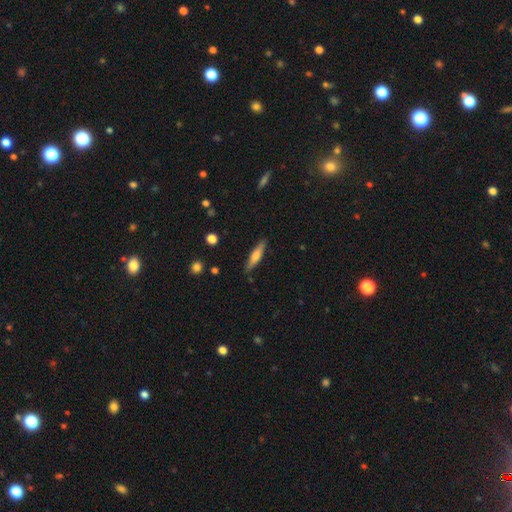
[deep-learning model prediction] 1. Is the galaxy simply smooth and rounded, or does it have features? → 59% smooth, 35% featured or disk, 6% star or artifact.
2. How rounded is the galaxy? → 83% cigar-shaped, 15% in between, 2% round.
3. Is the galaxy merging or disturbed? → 87% none, 9% minor disturbance, 2% major disturbance, 1% merger.